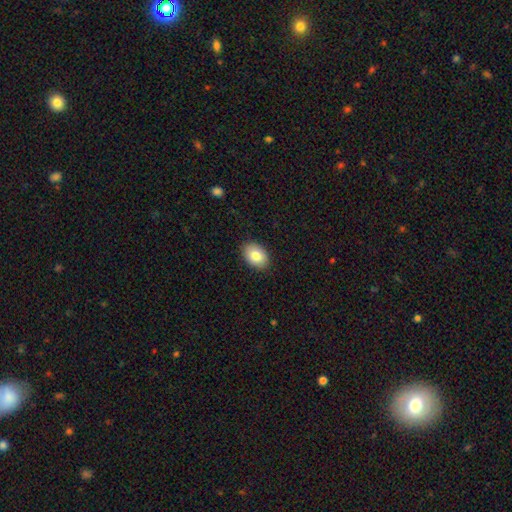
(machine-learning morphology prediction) Overall: smooth (82%). How rounded: in between (83%). Merging: none (89%).